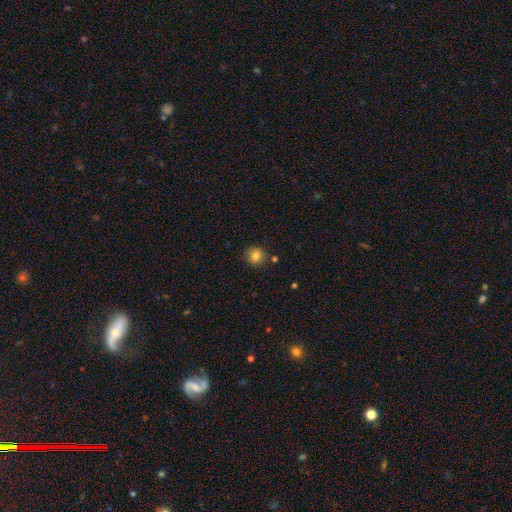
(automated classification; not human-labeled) Smooth or featured? Predicted: smooth (p=0.82). How rounded? Predicted: round (p=0.84). Merging? Predicted: none (p=0.81).